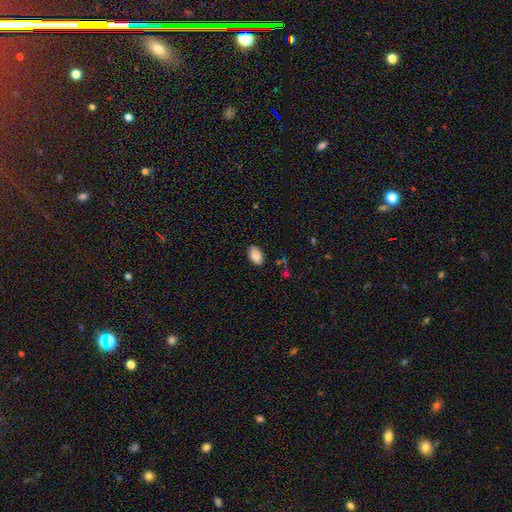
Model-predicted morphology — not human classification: smooth_or_featured: smooth (p=0.86) [alt: star or artifact p=0.08]
how_rounded: in between (p=0.92) [alt: round p=0.06]
merging: none (p=0.84) [alt: minor disturbance p=0.12]